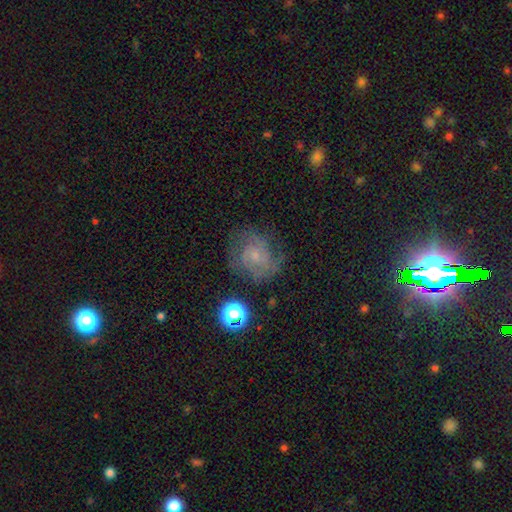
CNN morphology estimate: This is likely a featured or disk galaxy (69%). It is clearly not viewed edge-on (98%). Bar: likely no (69%). Spiral arm pattern: clearly yes (90%). Spiral arm count: marginally 2 (37%). Spiral winding: possibly tight (47%). Central bulge: likely small (69%). Merging: likely none (66%).